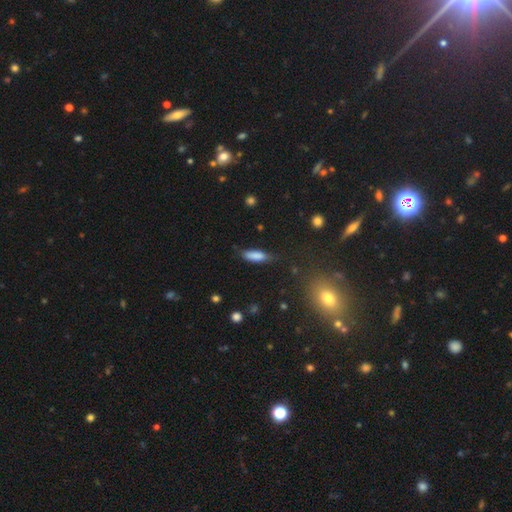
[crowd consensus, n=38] Smooth or featured? 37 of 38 (97%) said smooth. How rounded? 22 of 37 (59%) said in between. Merging? 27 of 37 (73%) said none.